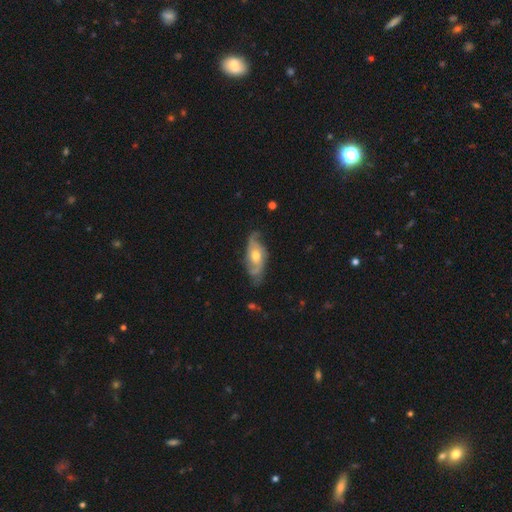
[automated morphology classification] featured or disk 77%, smooth 18%, star or artifact 6%. Down the decision tree: edge-on disk — no (90%); bar — no (66%); spiral arms — yes (91%); spiral arm count — 2 (69%); spiral winding — medium (42%); bulge size — moderate (71%); merging — none (66%).